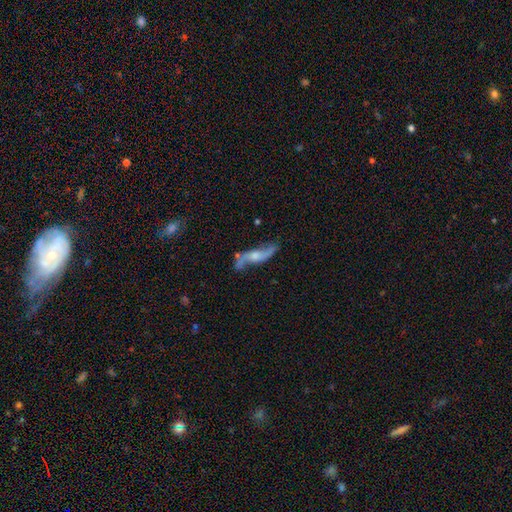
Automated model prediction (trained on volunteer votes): Morphology: type=featured or disk (75%); edge-on=no (79%); bar=no (58%); spiral arms=yes (92%); winding=loose (84%); arm count=2 (91%); bulge=moderate (48%); merging=none (64%).